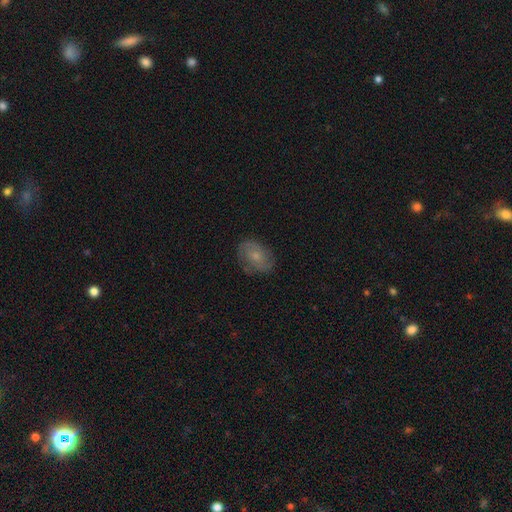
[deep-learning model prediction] smooth-or-featured: smooth: 46% | featured or disk: 45% | star or artifact: 9%
  merging: none: 74% | minor disturbance: 19% | major disturbance: 6% | merger: 1%